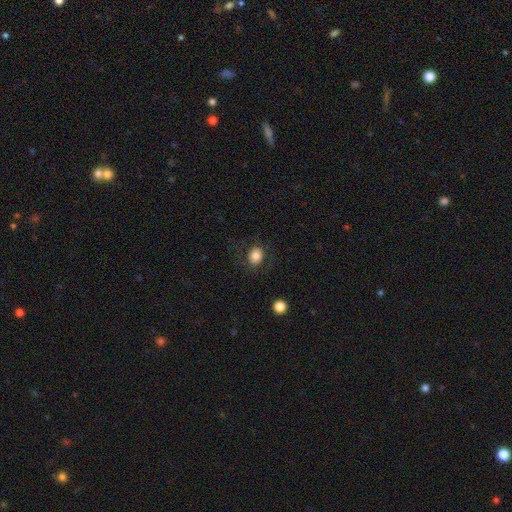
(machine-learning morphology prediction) A smooth galaxy with no disk features (80%) that is round (55%). Merging: none (79%).